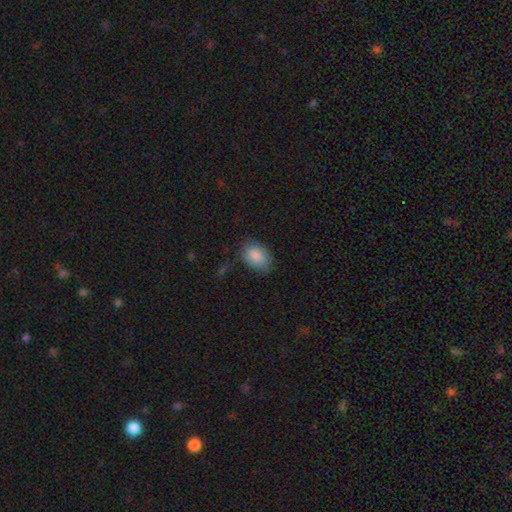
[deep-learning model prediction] Morphology: type=smooth (86%); roundness=in between (85%); merging=none (69%).